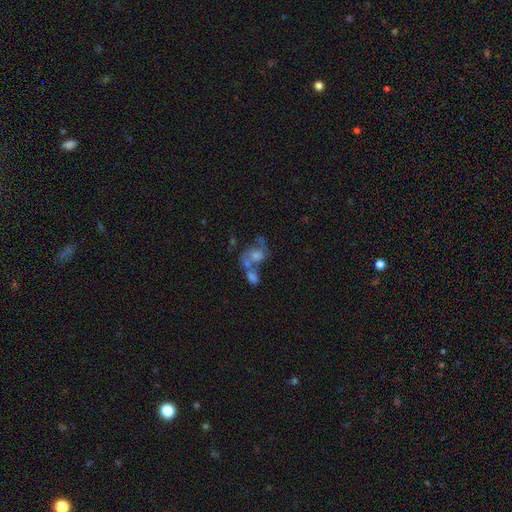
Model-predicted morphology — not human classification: Smooth or featured?
  - featured or disk: 54% *
  - smooth: 29%
  - star or artifact: 17%
Edge-on disk?
  - no: 96% *
  - yes: 4%
Bar?
  - no: 78% *
  - weak: 17%
  - strong: 4%
Spiral arms?
  - yes: 57% *
  - no: 43%
Bulge size?
  - moderate: 37% *
  - none: 23%
  - small: 21%
  - large: 15%
  - dominant: 3%
Merging?
  - merger: 48% *
  - none: 26%
  - major disturbance: 15%
  - minor disturbance: 11%